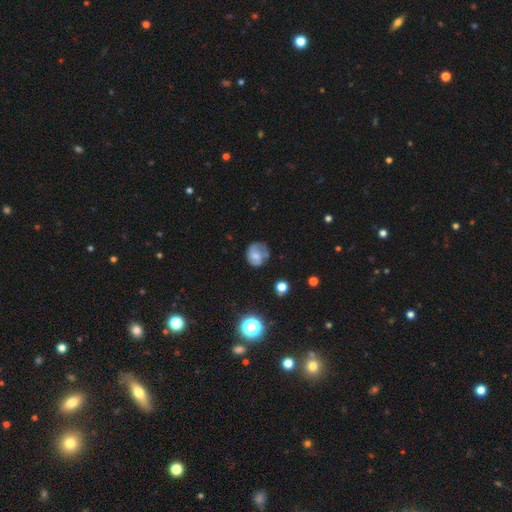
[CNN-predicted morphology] Smooth or featured: smooth — 53% (featured or disk — 35%)
How rounded: round — 70% (in between — 29%)
Merging: none — 51% (minor disturbance — 30%)